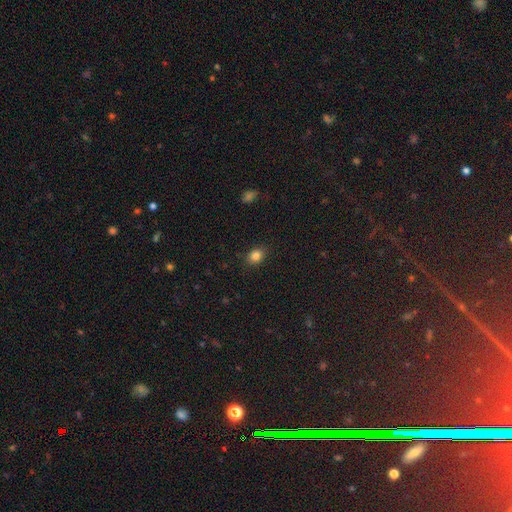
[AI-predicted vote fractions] smooth_or_featured: smooth (p=0.84) [alt: star or artifact p=0.11]
how_rounded: in between (p=0.52) [alt: round p=0.47]
merging: none (p=0.86) [alt: minor disturbance p=0.10]